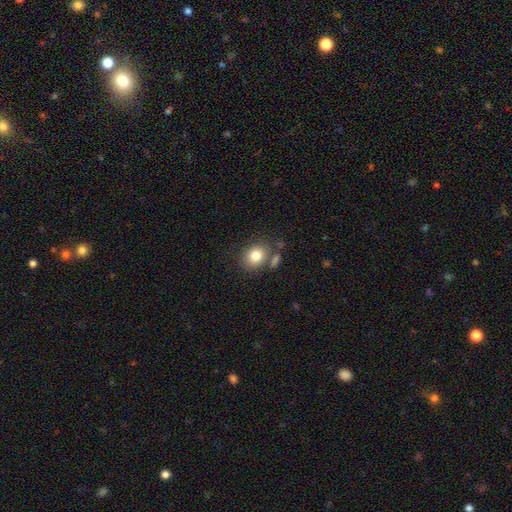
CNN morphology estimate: Smooth or featured? smooth (81%)
How rounded? round (56%)
Merging? none (69%)